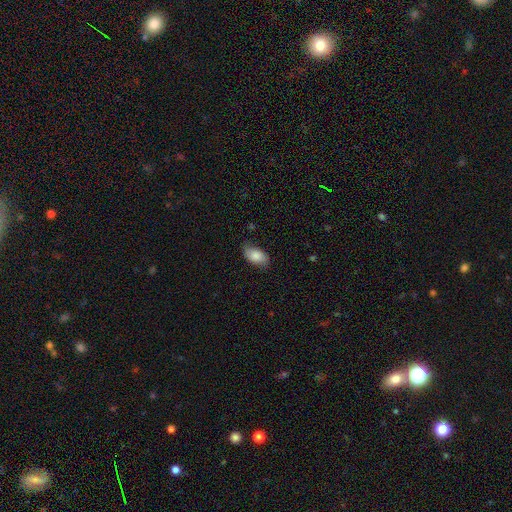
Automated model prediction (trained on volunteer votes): Overall: smooth (78%). How rounded: in between (92%). Merging: none (71%).